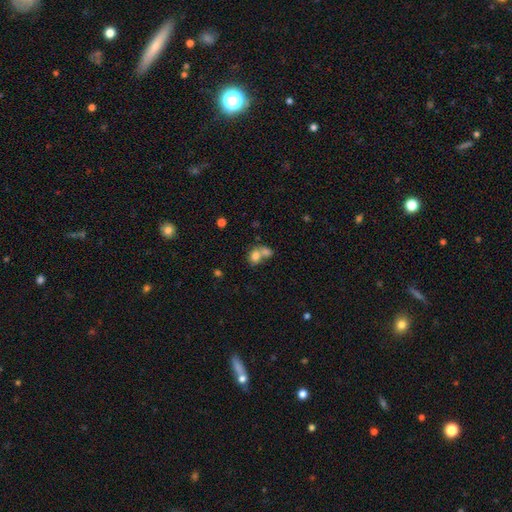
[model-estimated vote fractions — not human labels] The model was most divided on "how rounded": round: 53%, in between: 46%, cigar-shaped: 1%. More confident: smooth or featured — smooth (76%); merging — merger (61%).